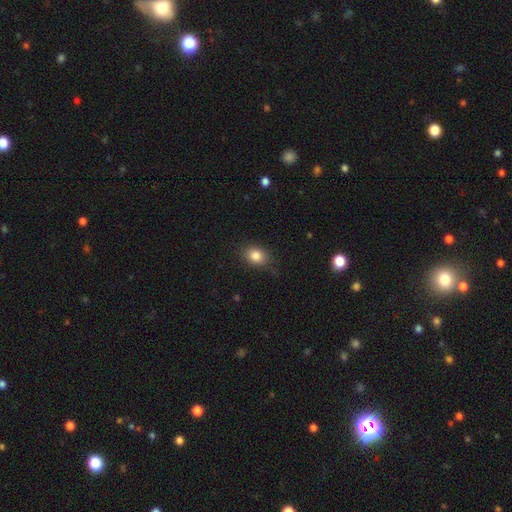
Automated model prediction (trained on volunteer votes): Q: Smooth or featured?
A: smooth (84%); runner-up: star or artifact (10%)
Q: How rounded?
A: in between (55%); runner-up: round (44%)
Q: Merging?
A: none (82%); runner-up: minor disturbance (13%)